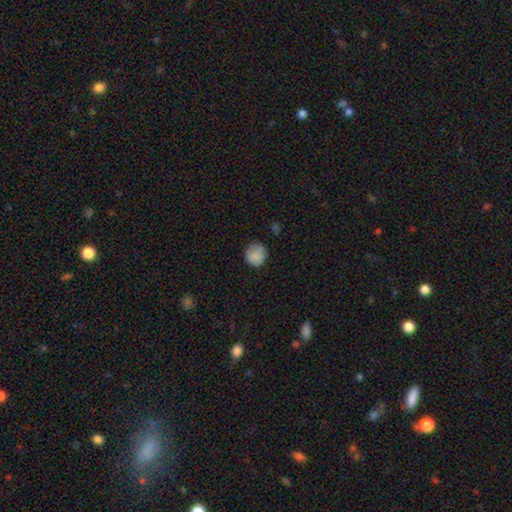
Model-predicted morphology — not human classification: Smooth or featured?
  - smooth: 85% *
  - star or artifact: 9%
  - featured or disk: 6%
How rounded?
  - round: 88% *
  - in between: 11%
  - cigar-shaped: 1%
Merging?
  - none: 76% *
  - minor disturbance: 18%
  - major disturbance: 4%
  - merger: 2%